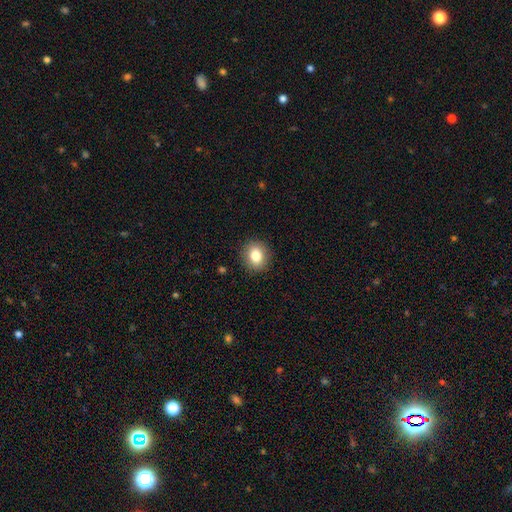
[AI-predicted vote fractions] A smooth galaxy with no disk features (82%) that is round (74%).

Vote fractions:
- Smooth or featured? smooth: 82% / star or artifact: 10% / featured or disk: 8%
- How rounded? round: 74% / in between: 25% / cigar-shaped: 1%
- Merging? none: 90% / minor disturbance: 7% / major disturbance: 2% / merger: 1%